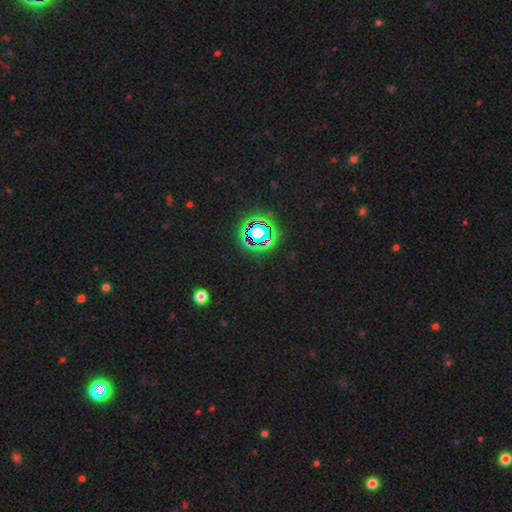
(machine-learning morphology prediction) smooth-or-featured: star or artifact: 79% | smooth: 13% | featured or disk: 8%